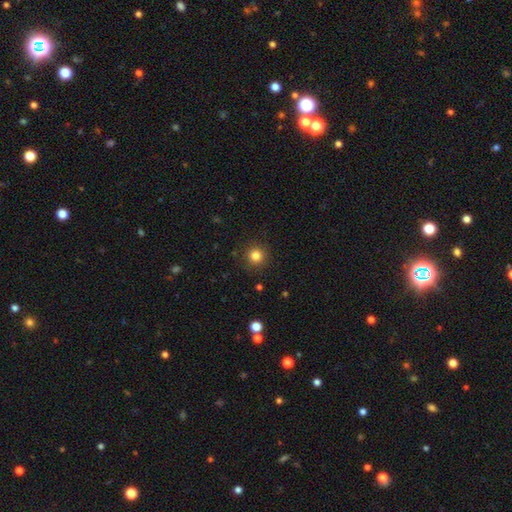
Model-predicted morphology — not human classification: smooth 83%, star or artifact 12%, featured or disk 5%. Down the decision tree: how rounded — round (95%); merging — none (90%).